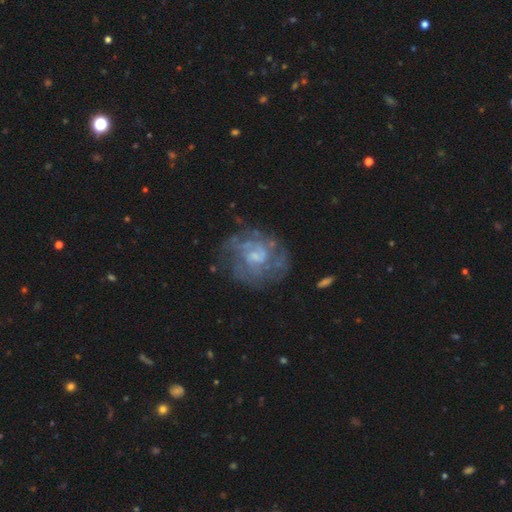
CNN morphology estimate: Smooth or featured? featured or disk (80%)
Edge-on disk? no (98%)
Bar? no (50%)
Spiral arms? yes (83%)
Spiral winding? tight (48%)
Spiral arm count? can't tell (44%)
Bulge size? small (50%)
Merging? none (66%)